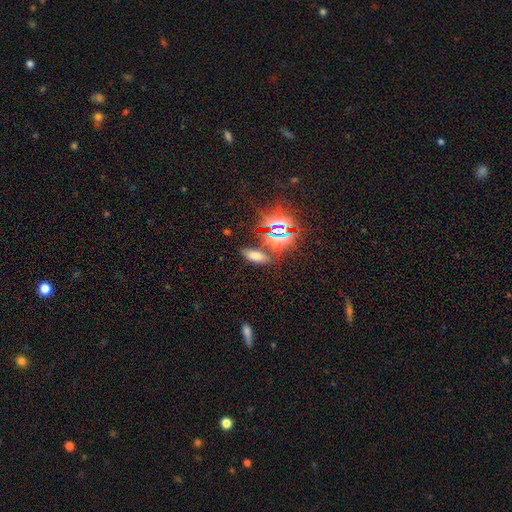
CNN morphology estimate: Smooth or featured: smooth — 60% (star or artifact — 32%)
How rounded: in between — 79% (cigar-shaped — 16%)
Merging: none — 75% (minor disturbance — 12%)